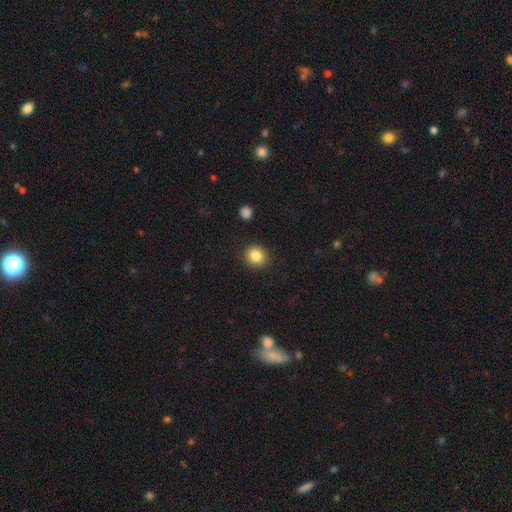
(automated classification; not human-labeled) Smooth or featured? Predicted: smooth (p=0.85). How rounded? Predicted: round (p=0.83). Merging? Predicted: none (p=0.90).